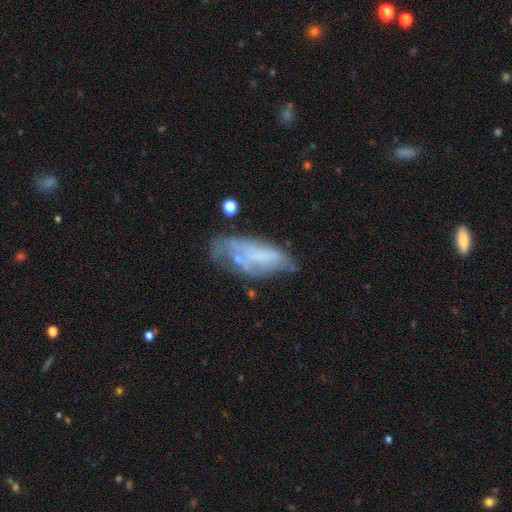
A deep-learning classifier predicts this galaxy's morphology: smooth-or-featured: featured or disk: 51% | smooth: 38% | star or artifact: 10%
  disk-edge-on: no: 88% | yes: 12%
  merging: none: 36% | minor disturbance: 30% | major disturbance: 25% | merger: 9%